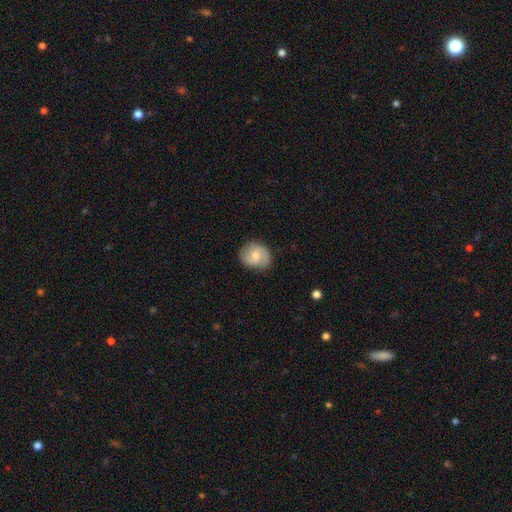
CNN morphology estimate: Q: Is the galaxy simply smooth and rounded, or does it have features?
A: featured or disk — 47%.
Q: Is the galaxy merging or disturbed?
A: none — 82%.